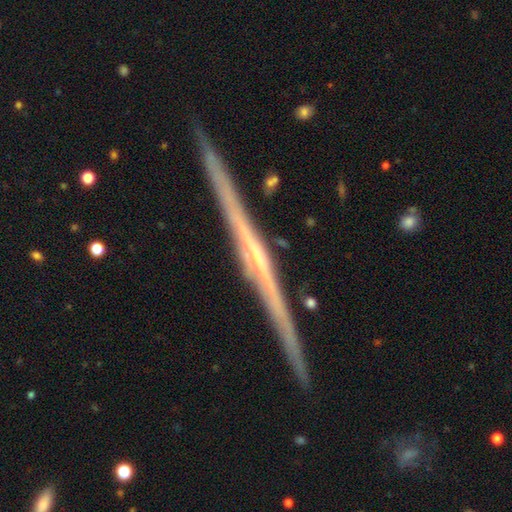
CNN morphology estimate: The model was most divided on "edge-on bulge": none: 45%, rounded: 43%, boxy: 12%. More confident: edge-on disk — yes (98%); merging — none (91%); smooth or featured — featured or disk (86%).